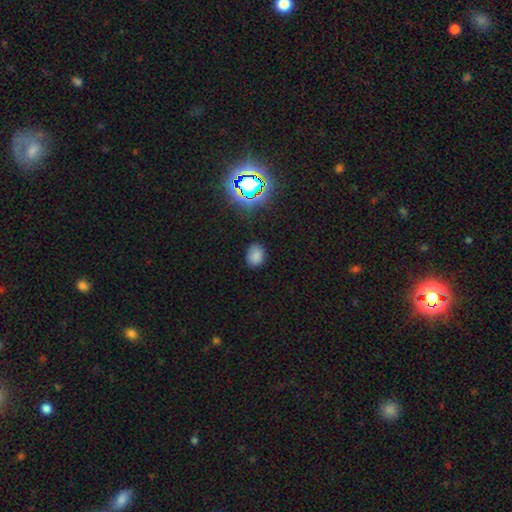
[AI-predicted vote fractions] The model was most divided on "how rounded": in between: 61%, round: 38%, cigar-shaped: 1%. More confident: merging — none (81%); smooth or featured — smooth (78%).